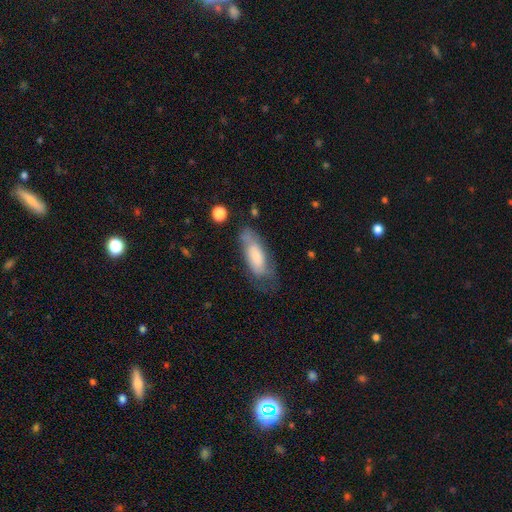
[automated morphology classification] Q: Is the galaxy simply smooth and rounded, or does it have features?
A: smooth — 62%.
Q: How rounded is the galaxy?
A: in between — 70%.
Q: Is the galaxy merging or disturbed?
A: none — 53%.